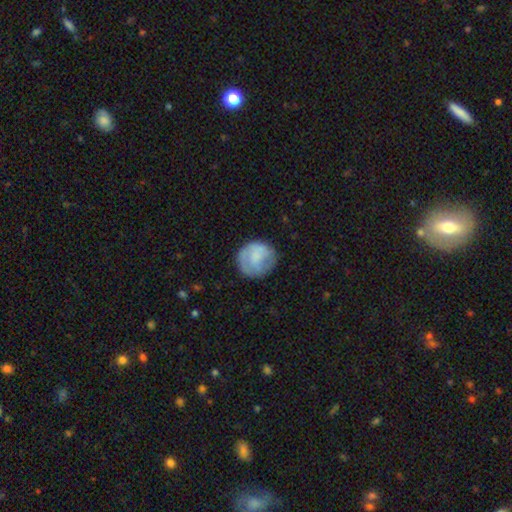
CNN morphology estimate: smooth-or-featured: smooth: 69% | featured or disk: 24% | star or artifact: 7%
  how-rounded: round: 88% | in between: 11% | cigar-shaped: 1%
  merging: none: 71% | minor disturbance: 19% | major disturbance: 9% | merger: 1%